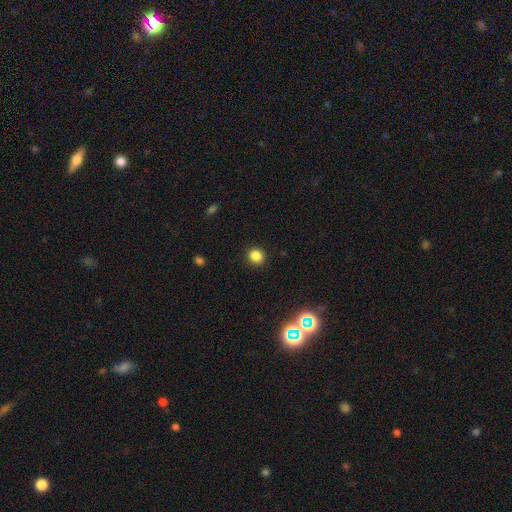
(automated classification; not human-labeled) Morphology: type=smooth (84%); roundness=round (89%); merging=none (92%).